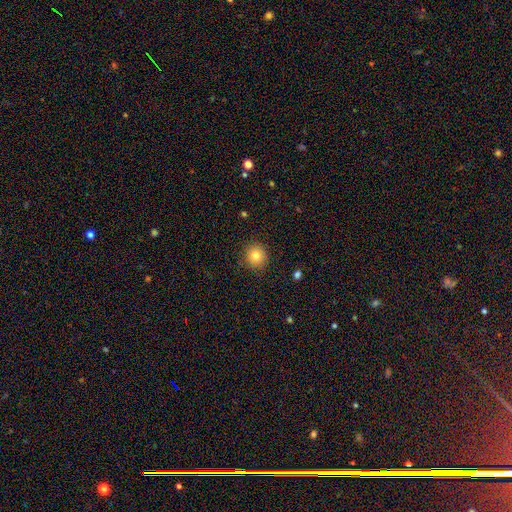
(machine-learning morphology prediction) type=smooth (80%); roundness=round (91%); merging=none (89%).